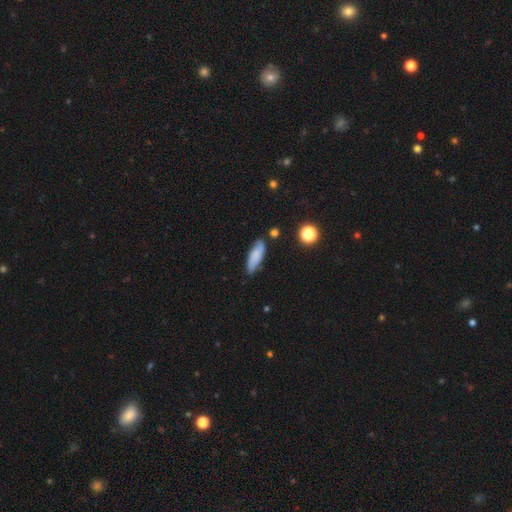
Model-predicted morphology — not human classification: This is likely a smooth galaxy (68%). How rounded: possibly in between (58%). Merging: likely none (73%).